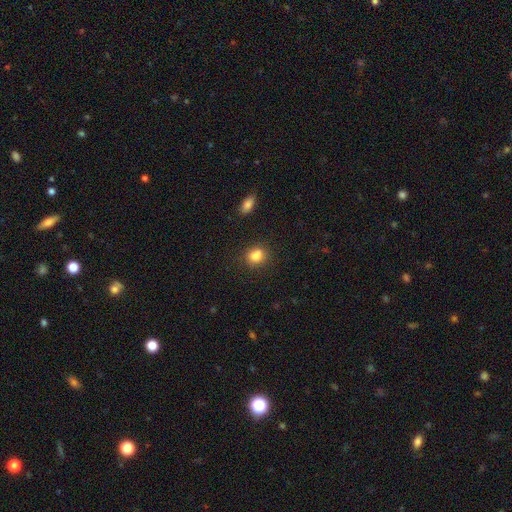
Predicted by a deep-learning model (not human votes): Smooth or featured: smooth — 82% (star or artifact — 10%)
How rounded: round — 59% (in between — 40%)
Merging: none — 71% (minor disturbance — 14%)